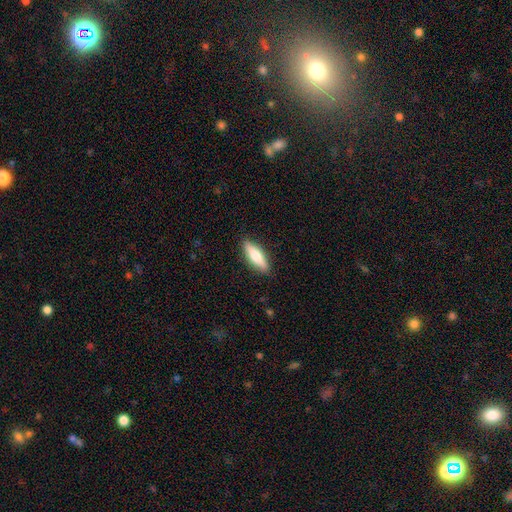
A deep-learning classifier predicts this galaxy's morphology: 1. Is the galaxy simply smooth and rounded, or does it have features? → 63% smooth, 32% featured or disk, 6% star or artifact.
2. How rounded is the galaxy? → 57% cigar-shaped, 41% in between, 2% round.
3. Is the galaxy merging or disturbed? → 89% none, 9% minor disturbance, 2% major disturbance, 1% merger.